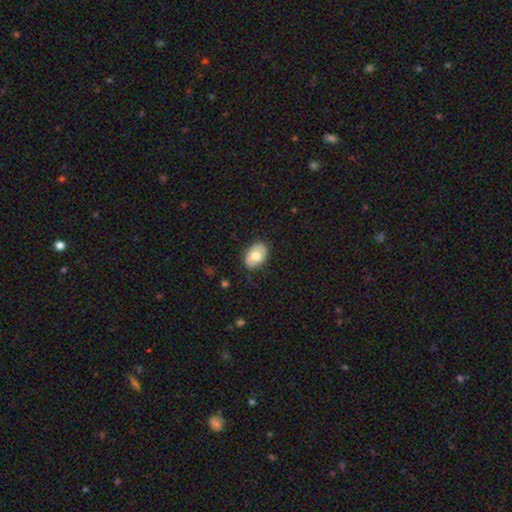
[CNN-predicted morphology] Smooth or featured: smooth — 70% (featured or disk — 23%)
How rounded: in between — 85% (round — 14%)
Merging: none — 82% (minor disturbance — 14%)